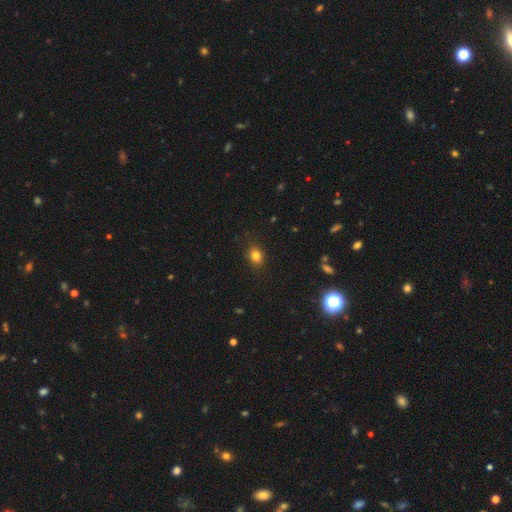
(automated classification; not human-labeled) smooth 81%, star or artifact 13%, featured or disk 7%. Down the decision tree: how rounded — in between (50%); merging — none (86%).